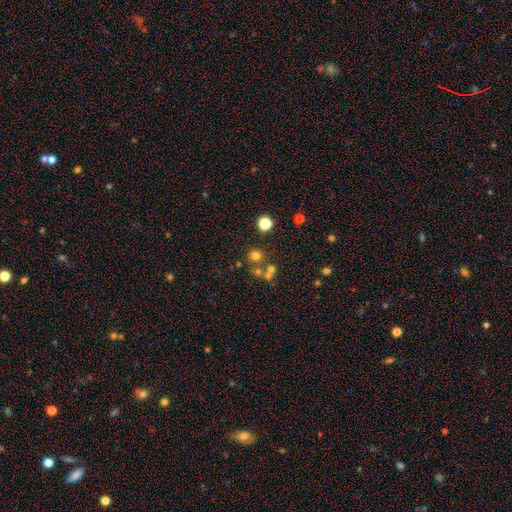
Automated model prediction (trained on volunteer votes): smooth 68%, star or artifact 21%, featured or disk 11%. Down the decision tree: how rounded — round (91%); merging — none (67%).